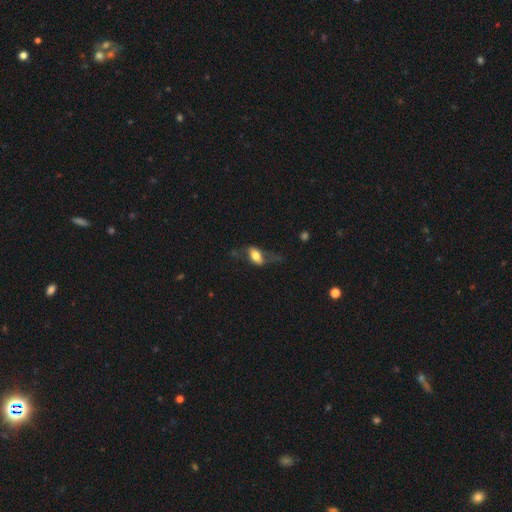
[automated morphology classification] Smooth or featured? Predicted: smooth (p=0.53). How rounded? Predicted: in between (p=0.83). Merging? Predicted: none (p=0.40).